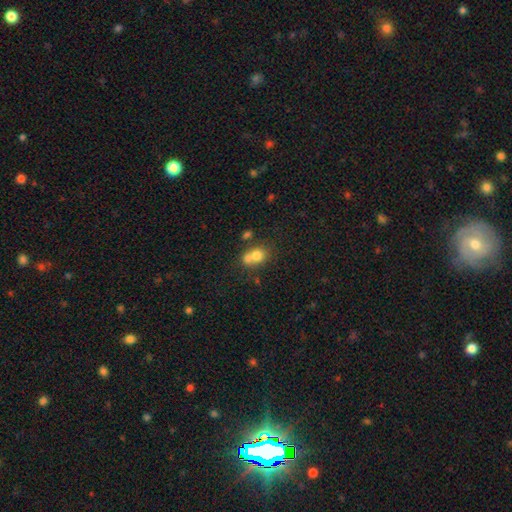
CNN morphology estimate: Smooth or featured: smooth — 73% (featured or disk — 16%)
How rounded: round — 68% (in between — 31%)
Merging: merger — 57% (none — 32%)